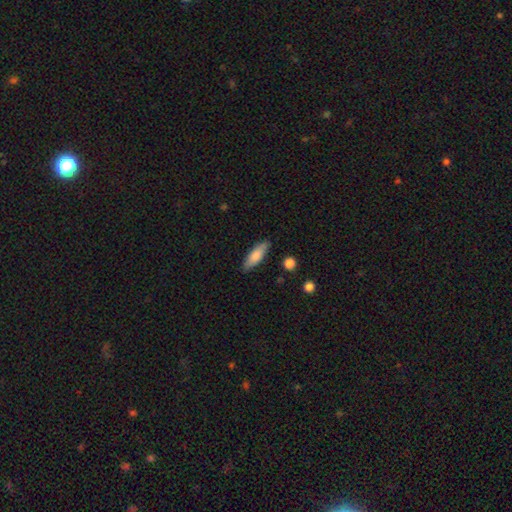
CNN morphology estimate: This appears to be a smooth galaxy with no disk features (72%) that is in between round and cigar-shaped (51%). Merging: none (85%).